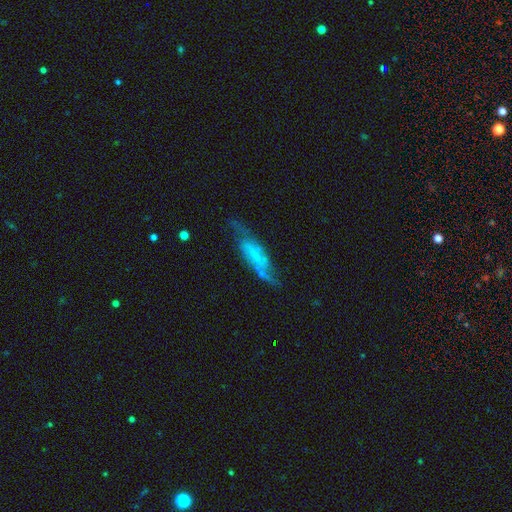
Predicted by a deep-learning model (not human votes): This appears to be a featured or disk galaxy (63%). Merging: none (53%).